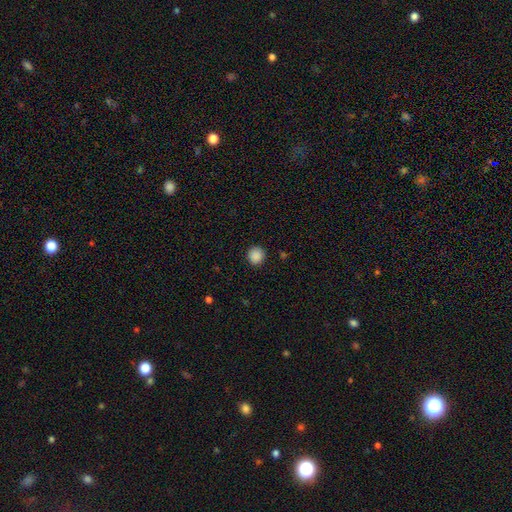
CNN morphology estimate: Smooth or featured?
  - smooth: 88% *
  - star or artifact: 9%
  - featured or disk: 2%
How rounded?
  - round: 91% *
  - in between: 8%
  - cigar-shaped: 1%
Merging?
  - none: 90% *
  - minor disturbance: 7%
  - major disturbance: 2%
  - merger: 1%